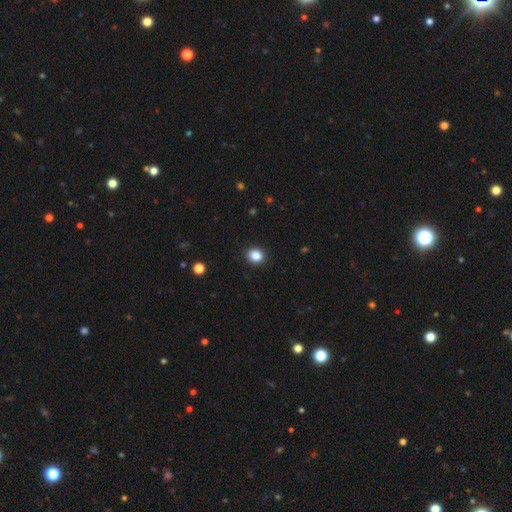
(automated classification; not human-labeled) Smooth or featured: smooth — 85% (star or artifact — 11%)
How rounded: round — 78% (in between — 21%)
Merging: none — 92% (minor disturbance — 5%)